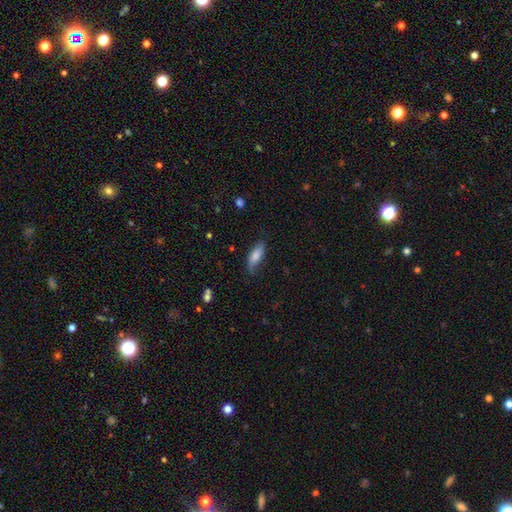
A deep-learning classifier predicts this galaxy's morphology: smooth 76%, featured or disk 18%, star or artifact 7%. Down the decision tree: how rounded — in between (66%); merging — none (65%).